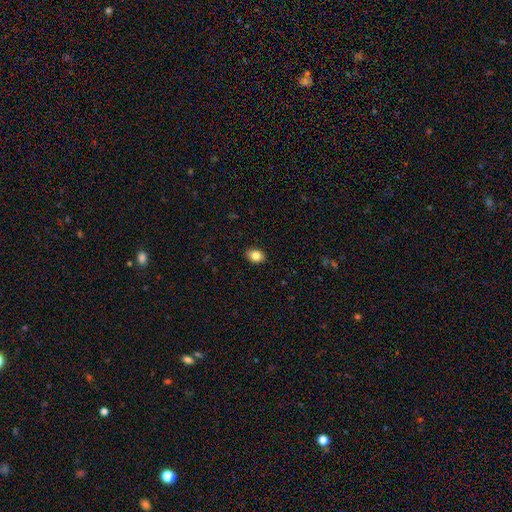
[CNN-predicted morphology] This appears to be a smooth galaxy with no disk features (84%) that is in between round and cigar-shaped (71%). Merging: none (89%).